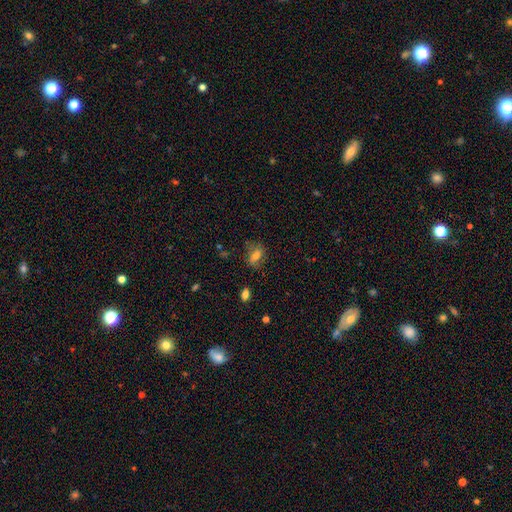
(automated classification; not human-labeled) smooth 65%, featured or disk 23%, star or artifact 11%. Down the decision tree: how rounded — in between (72%); merging — none (71%).